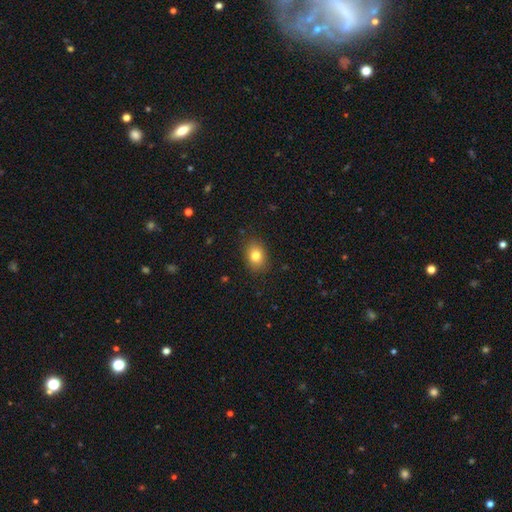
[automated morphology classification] type=smooth (80%); roundness=in between (65%); merging=none (87%).